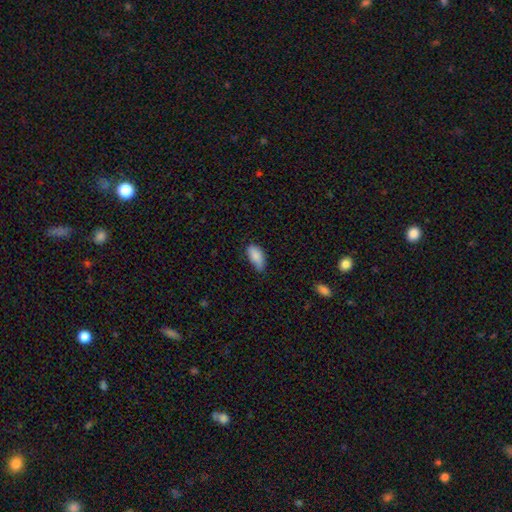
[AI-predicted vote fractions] smooth-or-featured: smooth: 86% | star or artifact: 7% | featured or disk: 7%
  how-rounded: in between: 90% | cigar-shaped: 7% | round: 2%
  merging: none: 56% | minor disturbance: 37% | major disturbance: 6% | merger: 2%